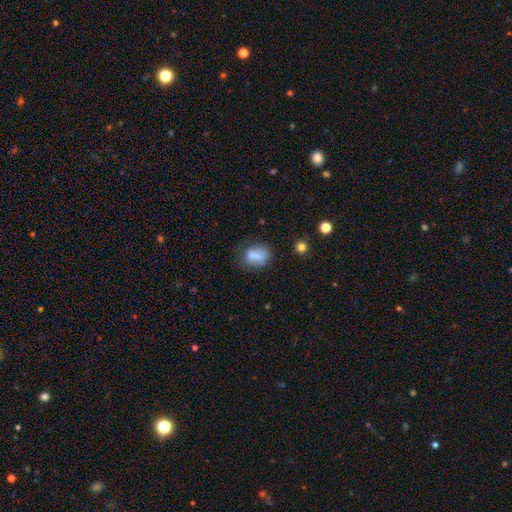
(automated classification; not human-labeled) Smooth or featured? Predicted: smooth (p=0.75). How rounded? Predicted: in between (p=0.63). Merging? Predicted: none (p=0.56).